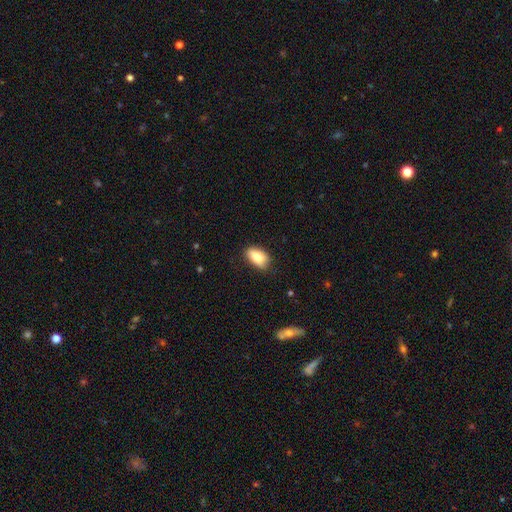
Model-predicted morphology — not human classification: Smooth or featured? smooth (82%)
How rounded? in between (90%)
Merging? none (78%)